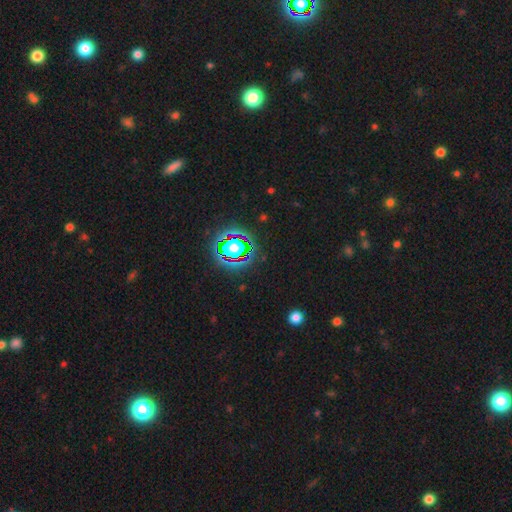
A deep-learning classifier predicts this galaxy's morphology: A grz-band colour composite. It shows a star or artifact, not a galaxy (81%).